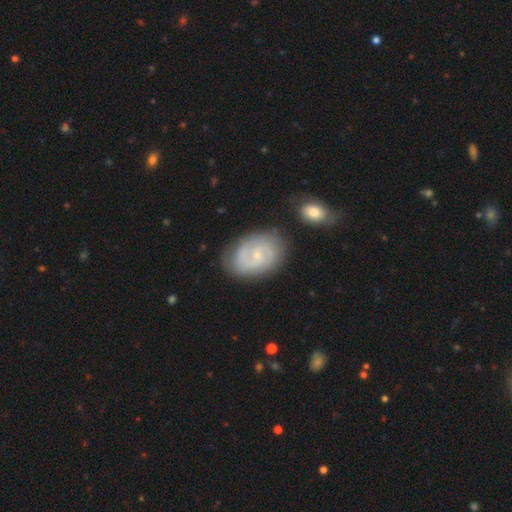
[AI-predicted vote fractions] Q: Smooth or featured?
A: featured or disk (79%); runner-up: smooth (15%)
Q: Edge-on disk?
A: no (97%); runner-up: yes (3%)
Q: Bar?
A: no (56%); runner-up: weak (38%)
Q: Spiral arms?
A: yes (93%); runner-up: no (7%)
Q: Spiral winding?
A: tight (43%); tied with: medium (43%)
Q: Spiral arm count?
A: 2 (72%); runner-up: can't tell (15%)
Q: Bulge size?
A: small (75%); runner-up: moderate (20%)
Q: Merging?
A: none (77%); runner-up: minor disturbance (15%)